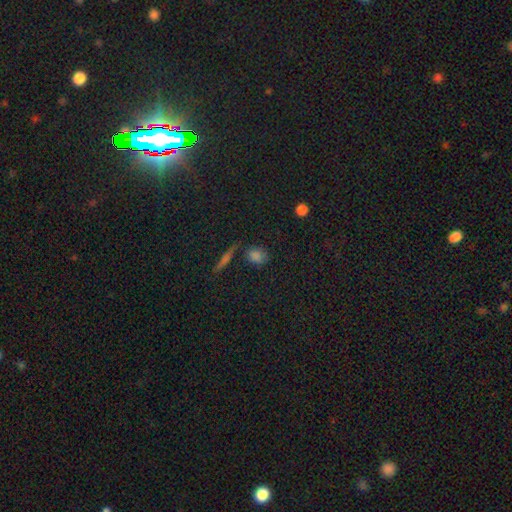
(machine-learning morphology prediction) smooth-or-featured: smooth: 71% | star or artifact: 20% | featured or disk: 9%
  how-rounded: round: 48% | in between: 47% | cigar-shaped: 6%
  merging: none: 72% | minor disturbance: 14% | merger: 9% | major disturbance: 5%